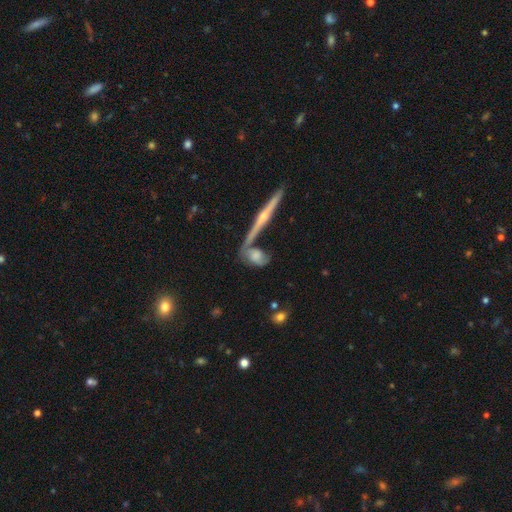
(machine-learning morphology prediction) This is possibly a featured or disk galaxy (50%). Merging: possibly none (45%).